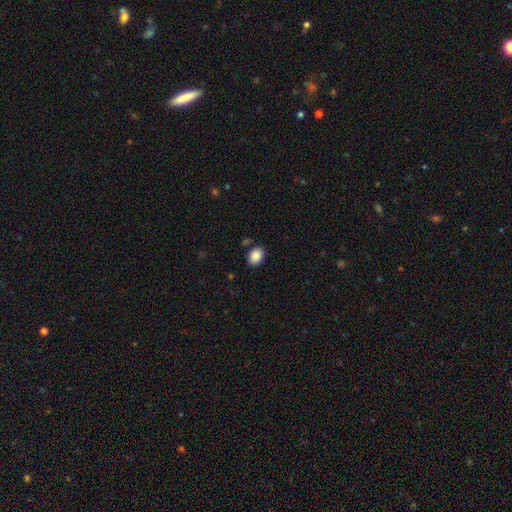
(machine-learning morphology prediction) smooth-or-featured: smooth: 88% | star or artifact: 8% | featured or disk: 4%
  how-rounded: in between: 70% | round: 29% | cigar-shaped: 1%
  merging: none: 85% | minor disturbance: 10% | merger: 3% | major disturbance: 2%